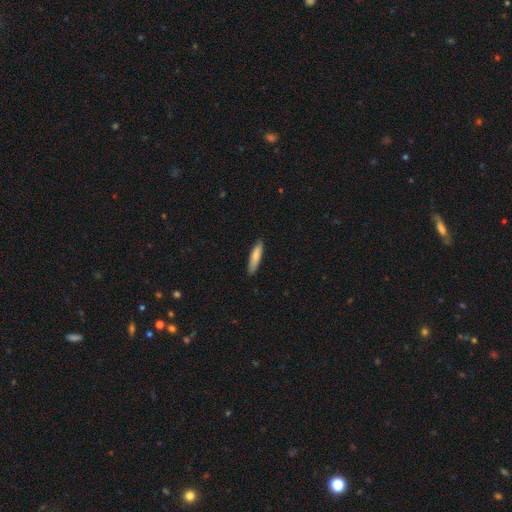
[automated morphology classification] smooth-or-featured: smooth: 82% | featured or disk: 13% | star or artifact: 5%
  how-rounded: cigar-shaped: 79% | in between: 20% | round: 1%
  merging: none: 86% | minor disturbance: 11% | major disturbance: 2% | merger: 1%